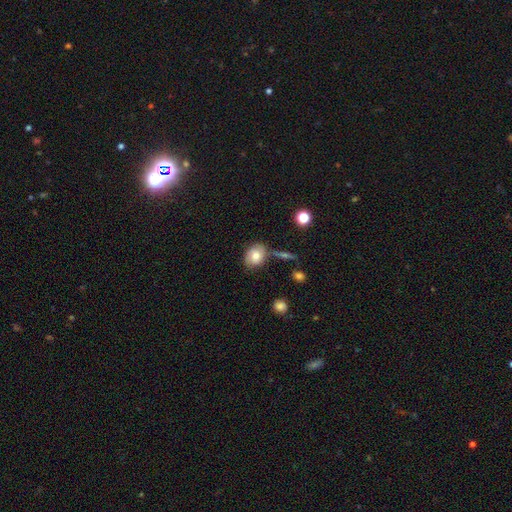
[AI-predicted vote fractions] Smooth or featured: smooth — 67% (featured or disk — 24%)
How rounded: in between — 54% (round — 44%)
Merging: none — 63% (minor disturbance — 22%)